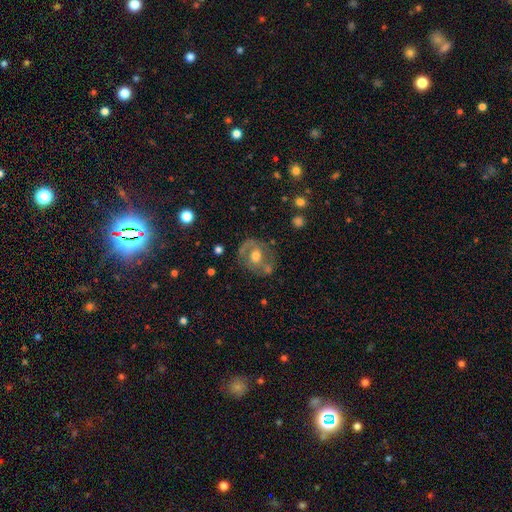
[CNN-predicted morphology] Q: Smooth or featured?
A: featured or disk (59%); runner-up: smooth (32%)
Q: Edge-on disk?
A: no (96%); runner-up: yes (4%)
Q: Bar?
A: no (63%); runner-up: weak (29%)
Q: Spiral arms?
A: yes (54%); runner-up: no (46%)
Q: Bulge size?
A: moderate (71%); runner-up: large (13%)
Q: Merging?
A: none (61%); runner-up: minor disturbance (19%)